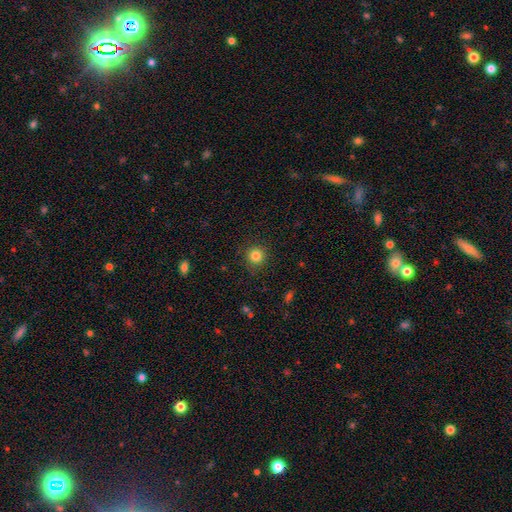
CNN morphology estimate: This appears to be a smooth galaxy with no disk features (83%) that is round (93%). Merging: none (89%).